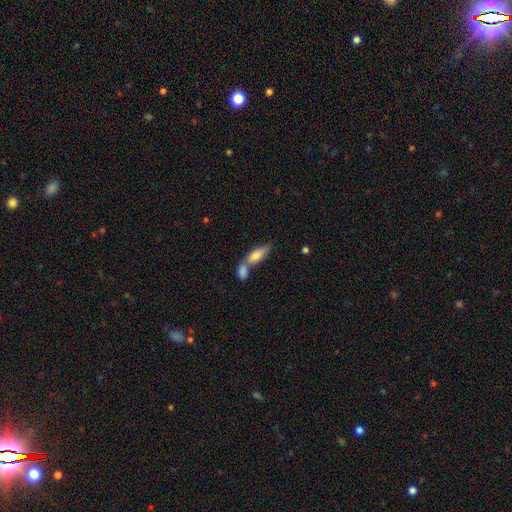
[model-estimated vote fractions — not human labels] Smooth or featured? smooth (69%)
How rounded? in between (67%)
Merging? merger (57%)